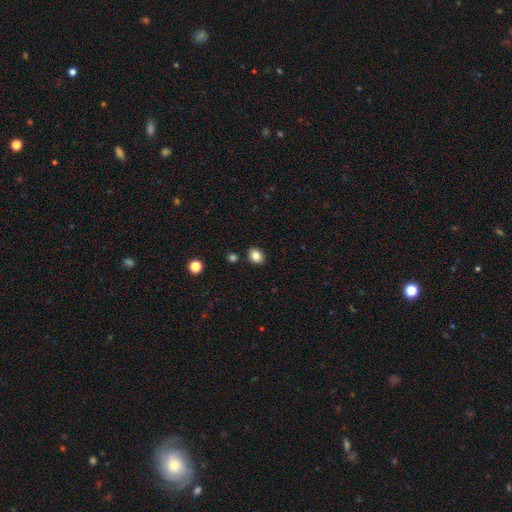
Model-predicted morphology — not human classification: smooth-or-featured: smooth: 84% | star or artifact: 10% | featured or disk: 6%
  how-rounded: round: 59% | in between: 40% | cigar-shaped: 1%
  merging: none: 88% | minor disturbance: 7% | merger: 3% | major disturbance: 2%